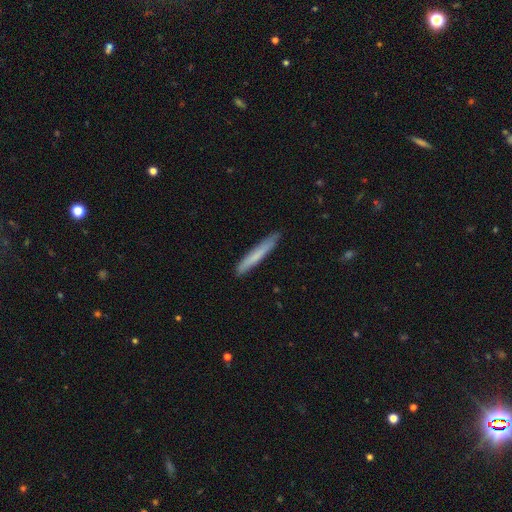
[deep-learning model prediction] Smooth or featured? Predicted: smooth (p=0.70). How rounded? Predicted: cigar-shaped (p=0.96). Merging? Predicted: none (p=0.88).